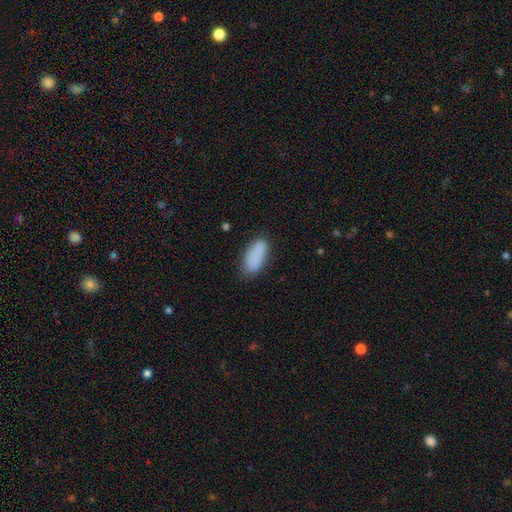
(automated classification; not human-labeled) This appears to be a smooth galaxy with no disk features (87%) that is in between round and cigar-shaped (86%). Merging: none (75%).